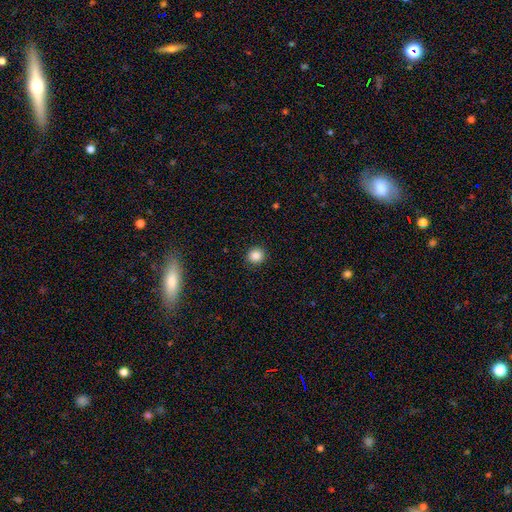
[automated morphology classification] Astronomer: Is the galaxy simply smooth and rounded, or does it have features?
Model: smooth — 86%.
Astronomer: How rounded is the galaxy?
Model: round — 90%.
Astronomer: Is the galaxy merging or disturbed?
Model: none — 91%.